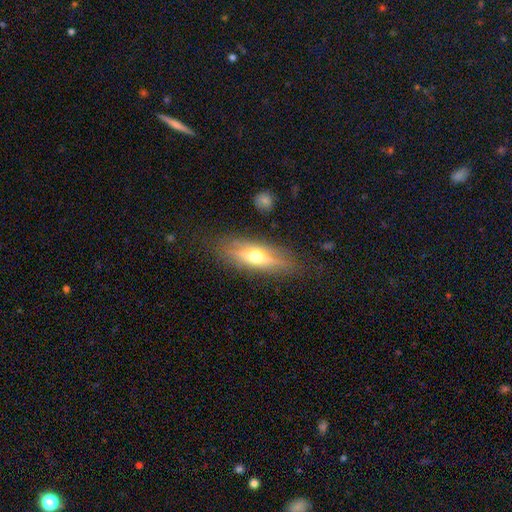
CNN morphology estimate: The model was most divided on "smooth or featured": featured or disk: 60%, smooth: 32%, star or artifact: 8%. More confident: edge-on bulge — rounded (93%); edge-on disk — yes (89%); merging — none (83%).